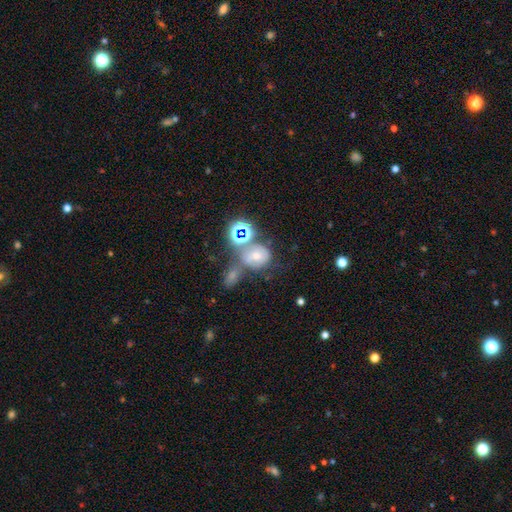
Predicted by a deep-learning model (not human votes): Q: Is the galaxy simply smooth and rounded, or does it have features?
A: smooth — 47%.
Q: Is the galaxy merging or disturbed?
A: merger — 40%.